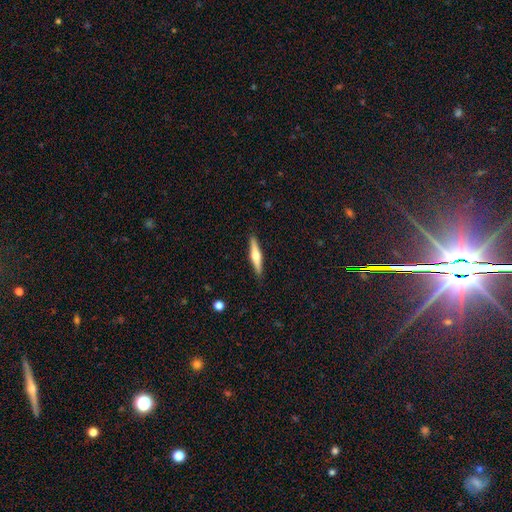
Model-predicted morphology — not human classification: smooth_or_featured: featured or disk (p=0.57) [alt: smooth p=0.38]
disk_edge_on: yes (p=0.96) [alt: no p=0.04]
edge_on_bulge: rounded (p=0.92) [alt: none p=0.05]
merging: none (p=0.90) [alt: minor disturbance p=0.07]